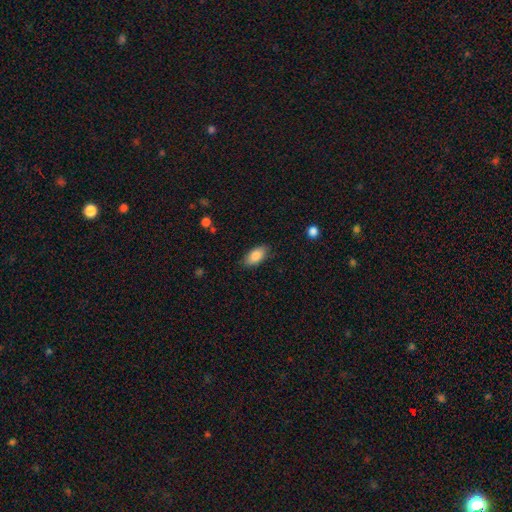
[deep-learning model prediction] smooth 86%, featured or disk 7%, star or artifact 7%. Down the decision tree: how rounded — in between (92%); merging — none (83%).